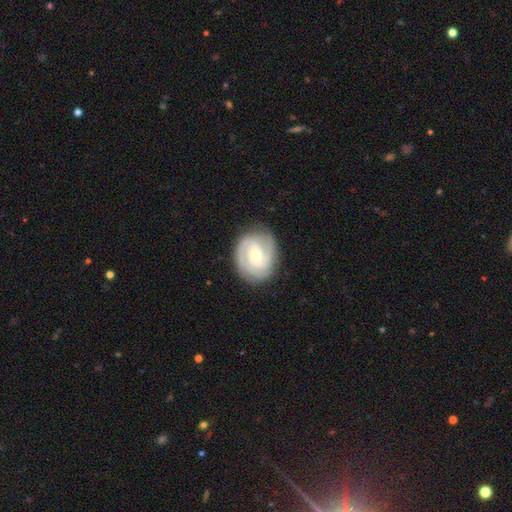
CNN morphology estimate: Smooth or featured: featured or disk — 84% (smooth — 11%)
Edge-on disk: no — 98% (yes — 2%)
Bar: no — 58% (weak — 34%)
Spiral arms: yes — 97% (no — 3%)
Spiral winding: tight — 63% (medium — 31%)
Spiral arm count: 3 — 35% (2 — 33%)
Bulge size: small — 49% (moderate — 47%)
Merging: none — 80% (minor disturbance — 15%)